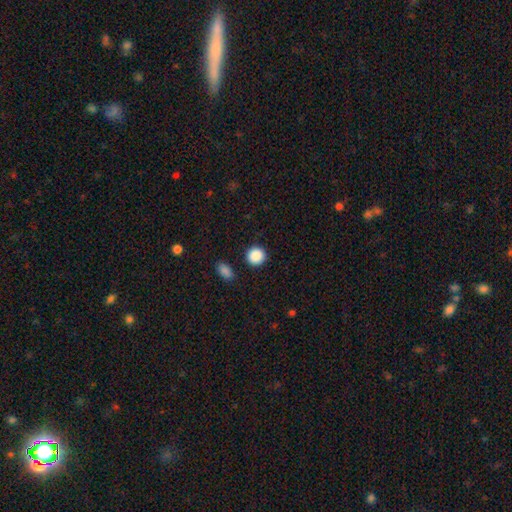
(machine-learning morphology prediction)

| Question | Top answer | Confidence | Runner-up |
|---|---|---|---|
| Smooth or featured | smooth | 89% | star or artifact (9%) |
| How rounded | round | 92% | in between (7%) |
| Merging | none | 90% | minor disturbance (6%) |